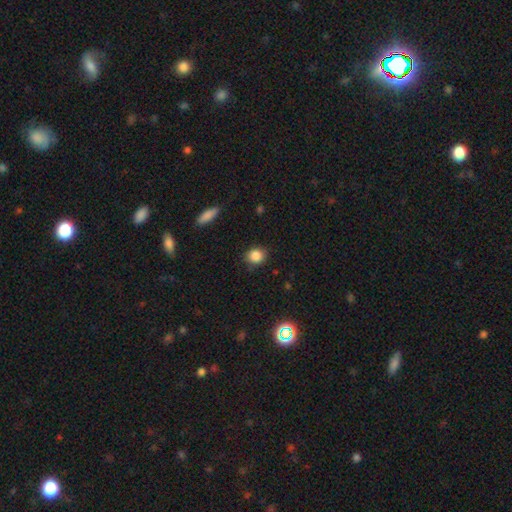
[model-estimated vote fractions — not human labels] The model was most divided on "how rounded": round: 76%, in between: 22%, cigar-shaped: 1%. More confident: smooth or featured — smooth (85%); merging — none (84%).